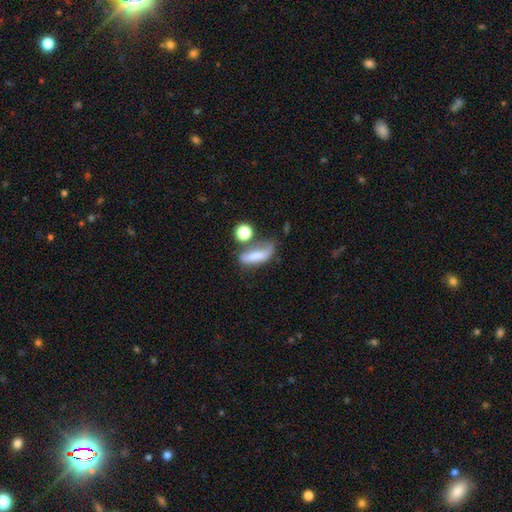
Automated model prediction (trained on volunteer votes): Smooth or featured? Predicted: smooth (p=0.64). How rounded? Predicted: in between (p=0.58). Merging? Predicted: none (p=0.34).